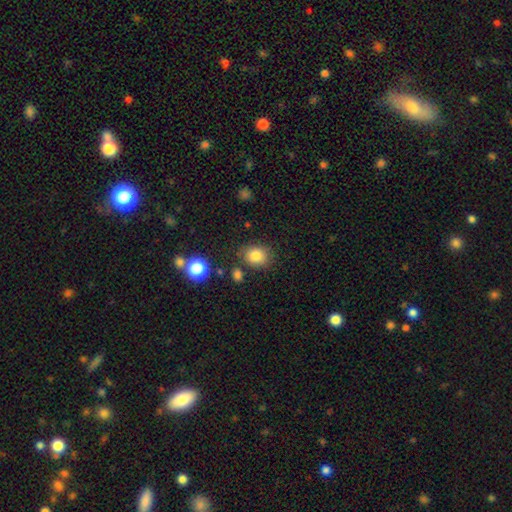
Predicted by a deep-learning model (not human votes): smooth_or_featured: smooth (p=0.83) [alt: star or artifact p=0.11]
how_rounded: round (p=0.58) [alt: in between p=0.41]
merging: none (p=0.78) [alt: minor disturbance p=0.13]